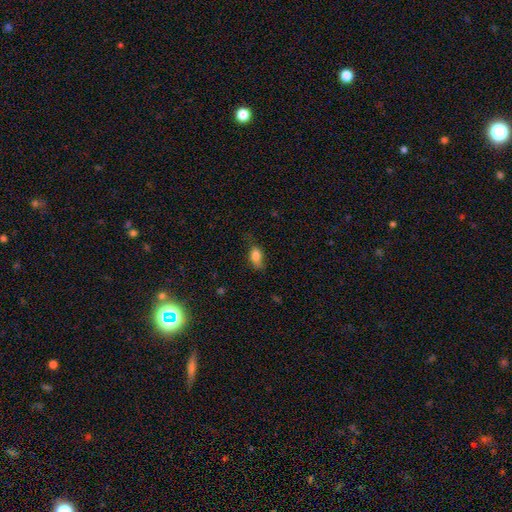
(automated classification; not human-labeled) Smooth or featured?
  - smooth: 82% *
  - featured or disk: 9%
  - star or artifact: 9%
How rounded?
  - in between: 86% *
  - round: 9%
  - cigar-shaped: 6%
Merging?
  - none: 55% *
  - minor disturbance: 32%
  - major disturbance: 12%
  - merger: 2%